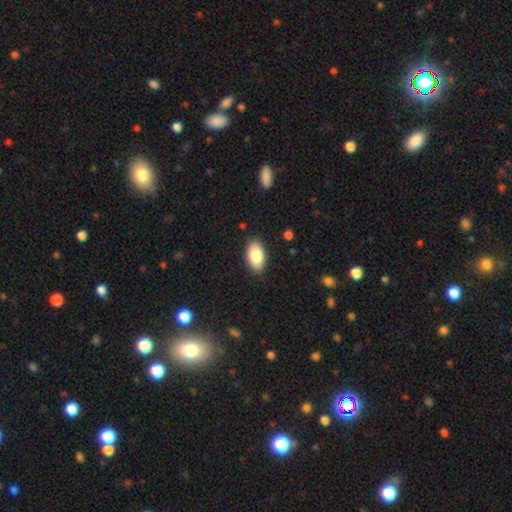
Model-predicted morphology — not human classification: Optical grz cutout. It shows a smooth galaxy with no disk features (83%) that is in between round and cigar-shaped (94%). Merging: none (87%).